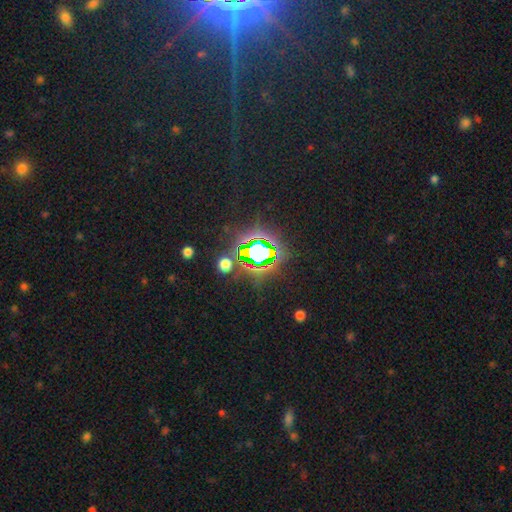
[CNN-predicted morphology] This appears to be a star or artifact, not a galaxy (75%).